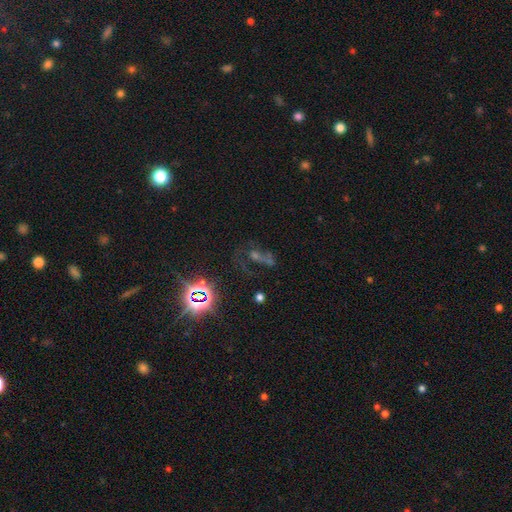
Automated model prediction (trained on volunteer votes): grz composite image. It shows a star or artifact, not a galaxy (48%).